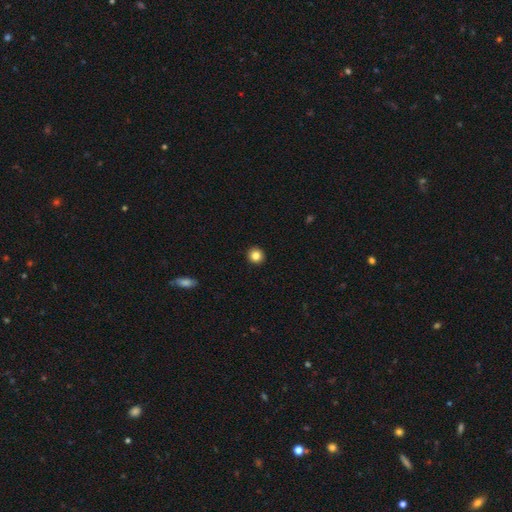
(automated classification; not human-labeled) Smooth or featured? Predicted: smooth (p=0.84). How rounded? Predicted: round (p=0.94). Merging? Predicted: none (p=0.93).